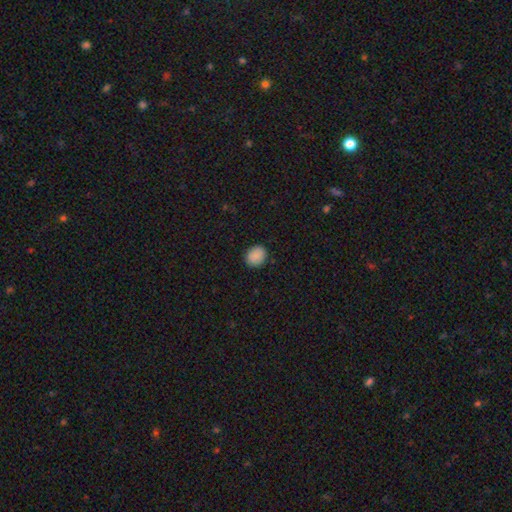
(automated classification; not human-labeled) A smooth galaxy with no disk features (89%) that is round (61%). Merging: none (88%).